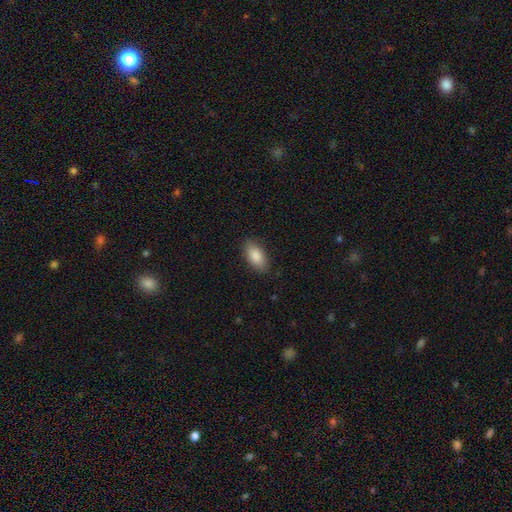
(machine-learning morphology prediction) A smooth galaxy with no disk features (87%) that is in between round and cigar-shaped (92%). Merging: none (85%).